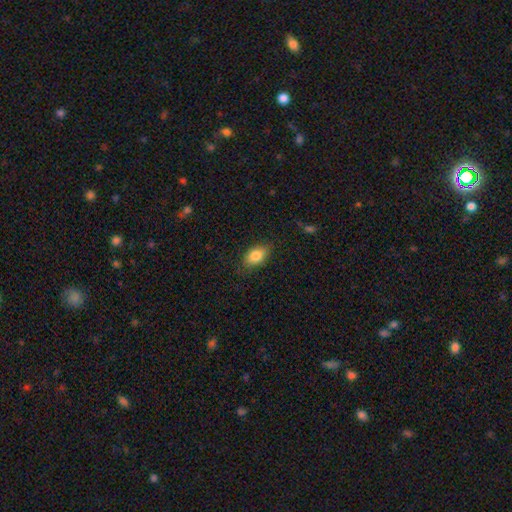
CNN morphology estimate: type=smooth (83%); roundness=in between (88%); merging=none (80%).